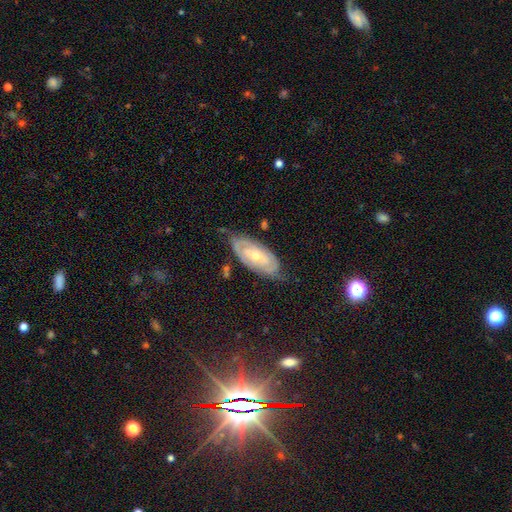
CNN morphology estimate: Smooth or featured? featured or disk (77%)
Edge-on disk? no (90%)
Bar? no (64%)
Spiral arms? yes (85%)
Spiral winding? tight (73%)
Spiral arm count? 2 (46%)
Bulge size? small (53%)
Merging? none (73%)